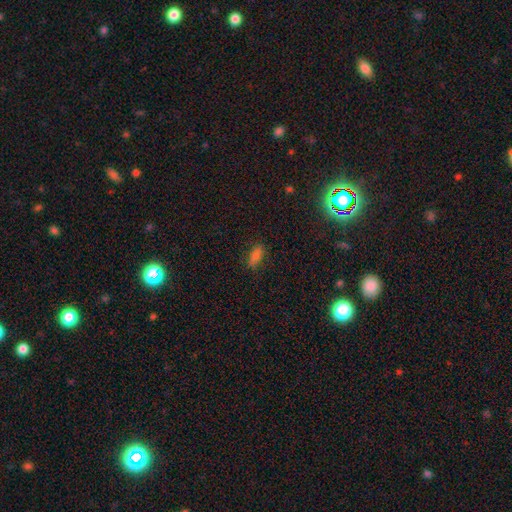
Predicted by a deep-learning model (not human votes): Q: Smooth or featured?
A: smooth (74%); runner-up: star or artifact (15%)
Q: How rounded?
A: in between (76%); runner-up: cigar-shaped (20%)
Q: Merging?
A: none (81%); runner-up: minor disturbance (14%)